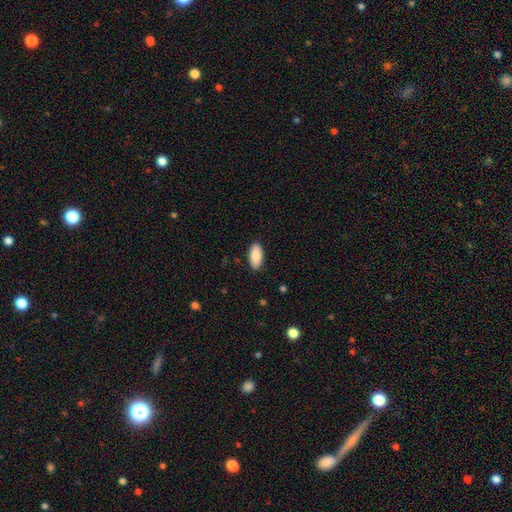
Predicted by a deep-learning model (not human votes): smooth 88%, star or artifact 6%, featured or disk 6%. Down the decision tree: how rounded — in between (90%); merging — none (89%).